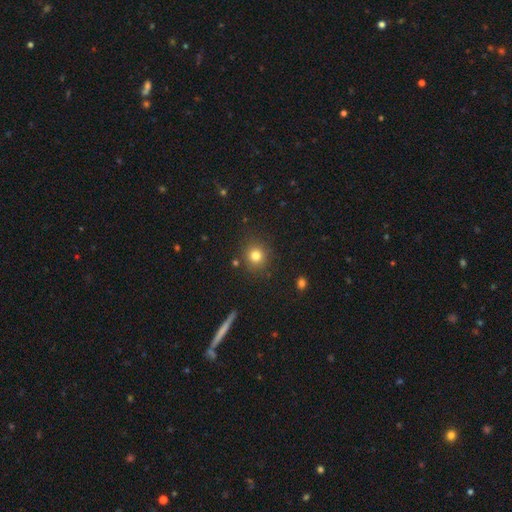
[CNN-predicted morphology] Overall: smooth (80%). How rounded: round (89%). Merging: none (86%).